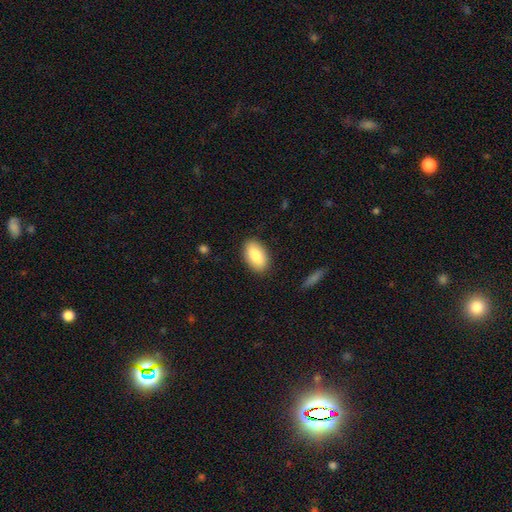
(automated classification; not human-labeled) This is clearly a smooth galaxy (84%). How rounded: clearly in between (93%). Merging: clearly none (87%).